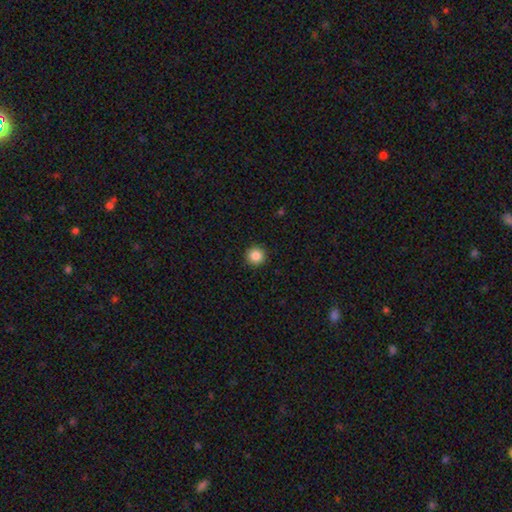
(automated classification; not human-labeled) A smooth galaxy with no disk features (86%) that is round (96%). Merging: none (93%).